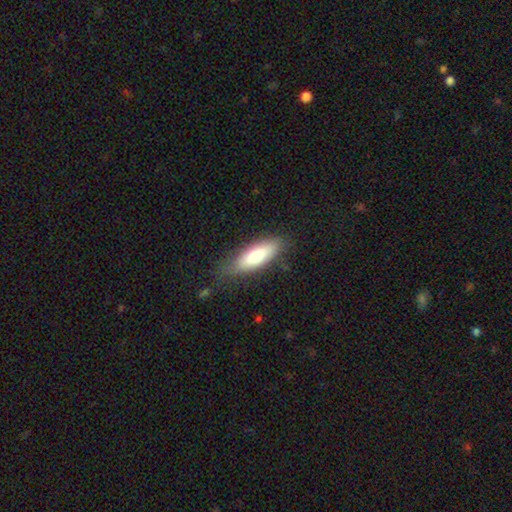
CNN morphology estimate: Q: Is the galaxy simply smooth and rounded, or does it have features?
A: smooth — 73%.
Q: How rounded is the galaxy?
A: in between — 61%.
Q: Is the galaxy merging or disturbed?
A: none — 74%.